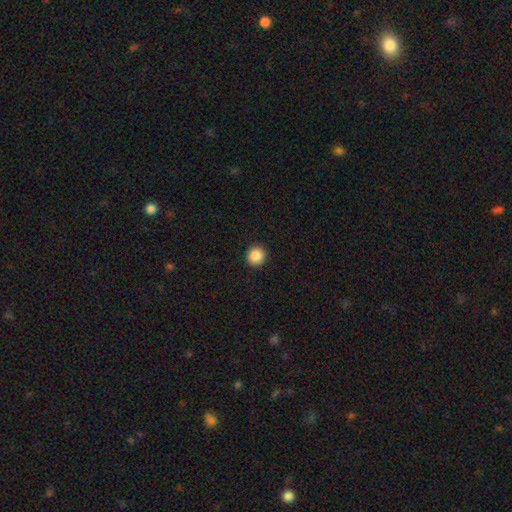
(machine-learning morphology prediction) type=smooth (88%); roundness=round (94%); merging=none (93%).